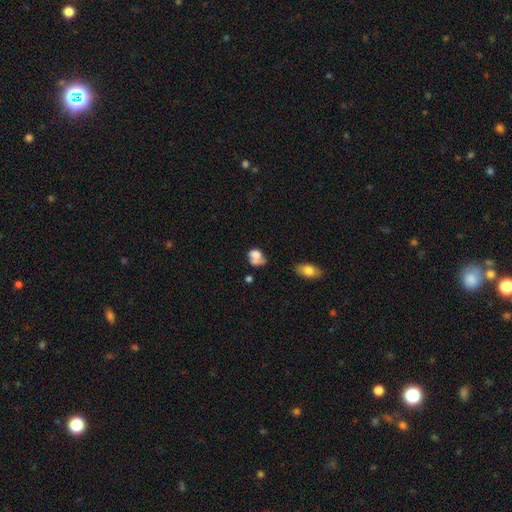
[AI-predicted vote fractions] A smooth galaxy with no disk features (68%) that is in between round and cigar-shaped (59%). Merging: merger (30%).